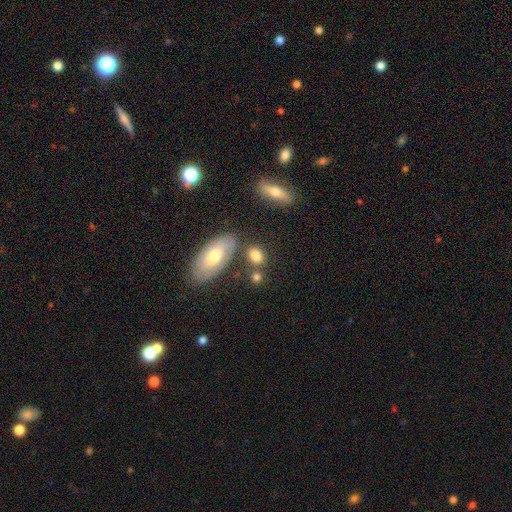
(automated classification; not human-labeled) smooth-or-featured: smooth: 79% | featured or disk: 12% | star or artifact: 9%
  how-rounded: in between: 56% | round: 41% | cigar-shaped: 3%
  merging: none: 66% | merger: 16% | minor disturbance: 13% | major disturbance: 5%